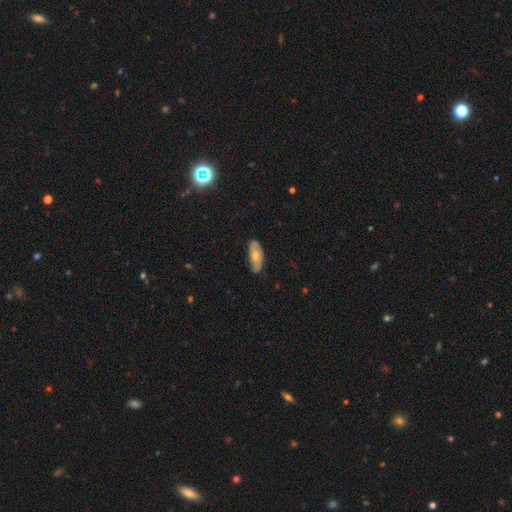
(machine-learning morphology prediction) Smooth or featured: smooth — 49% (featured or disk — 45%)
Merging: none — 81% (minor disturbance — 15%)